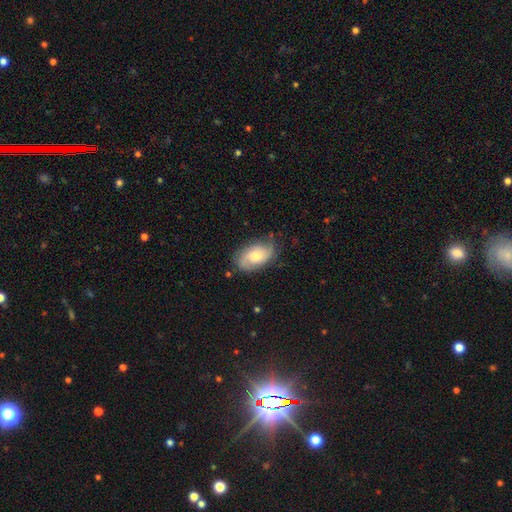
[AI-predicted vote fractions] Smooth or featured? Predicted: featured or disk (p=0.55). Edge-on disk? Predicted: no (p=0.95). Bar? Predicted: no (p=0.74). Spiral arms? Predicted: yes (p=0.87). Bulge size? Predicted: moderate (p=0.51). Merging? Predicted: none (p=0.72).